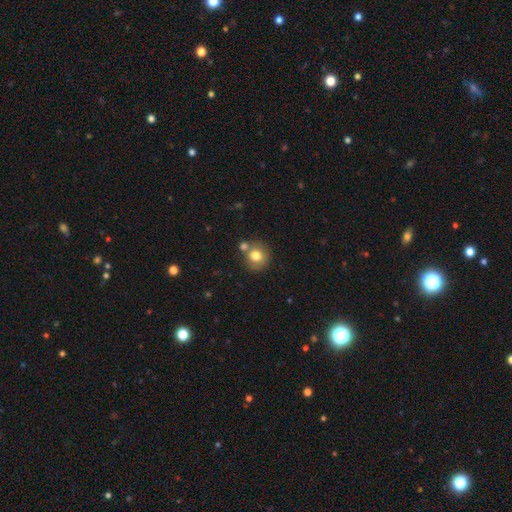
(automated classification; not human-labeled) Smooth or featured? Predicted: smooth (p=0.76). How rounded? Predicted: round (p=0.87). Merging? Predicted: none (p=0.63).